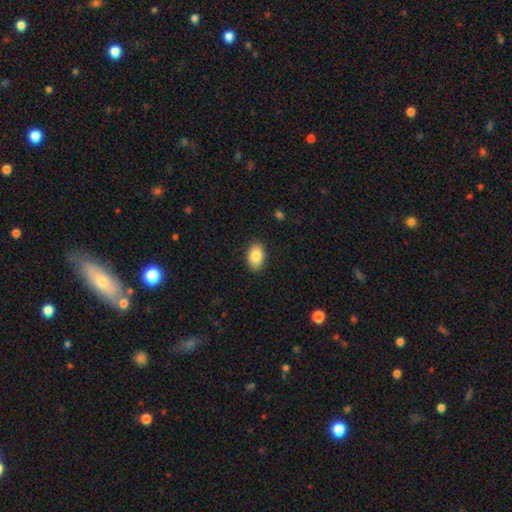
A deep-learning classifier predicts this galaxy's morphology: Q: Smooth or featured?
A: smooth (85%); runner-up: featured or disk (8%)
Q: How rounded?
A: in between (89%); runner-up: round (10%)
Q: Merging?
A: none (88%); runner-up: minor disturbance (9%)